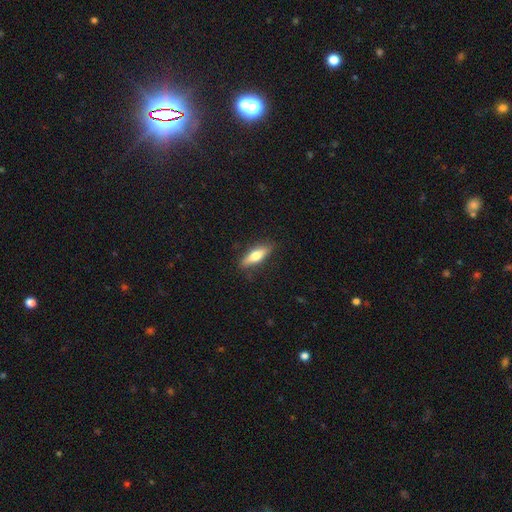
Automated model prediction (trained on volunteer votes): Q: Smooth or featured?
A: smooth (62%); runner-up: featured or disk (32%)
Q: How rounded?
A: in between (49%); tied with: cigar-shaped (49%)
Q: Merging?
A: none (83%); runner-up: minor disturbance (13%)